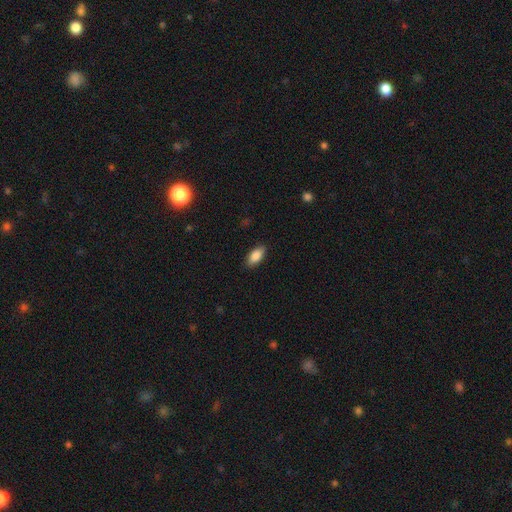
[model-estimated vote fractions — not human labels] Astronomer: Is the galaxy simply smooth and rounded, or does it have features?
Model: smooth — 87%.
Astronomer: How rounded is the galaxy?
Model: in between — 92%.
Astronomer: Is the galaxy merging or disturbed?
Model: none — 87%.